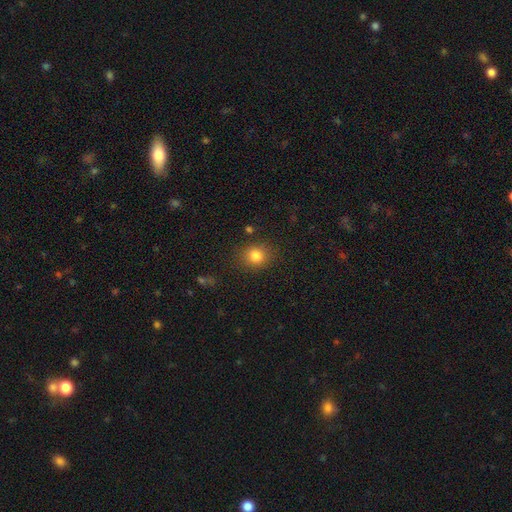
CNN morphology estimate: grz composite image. It shows a smooth galaxy with no disk features (82%) that is round (72%). Merging: none (84%).